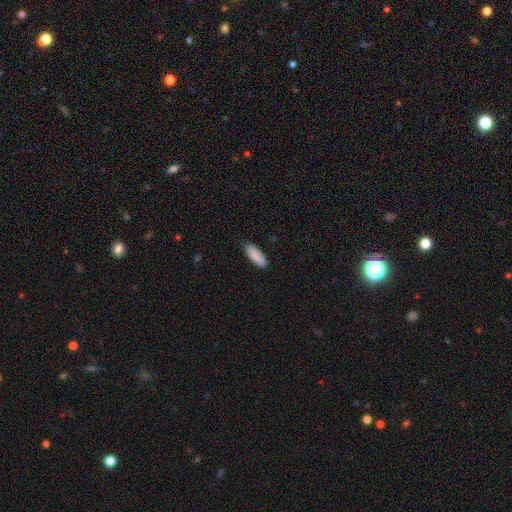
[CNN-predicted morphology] type=smooth (89%); roundness=in between (68%); merging=none (86%).